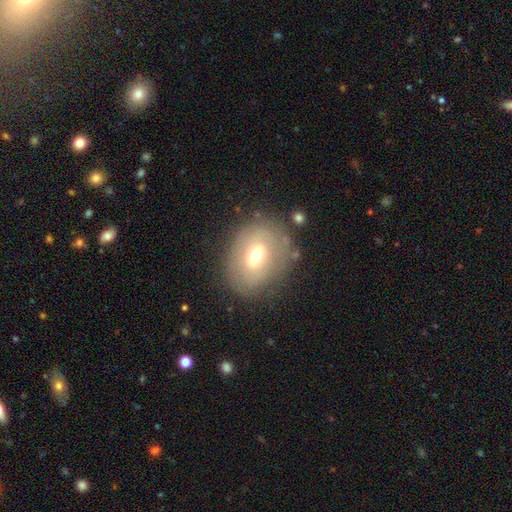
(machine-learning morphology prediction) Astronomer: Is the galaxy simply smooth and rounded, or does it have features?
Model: smooth — 53% (runner-up: featured or disk, 38%).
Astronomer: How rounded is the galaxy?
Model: in between — 62%.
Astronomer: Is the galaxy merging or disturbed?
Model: none — 75%.